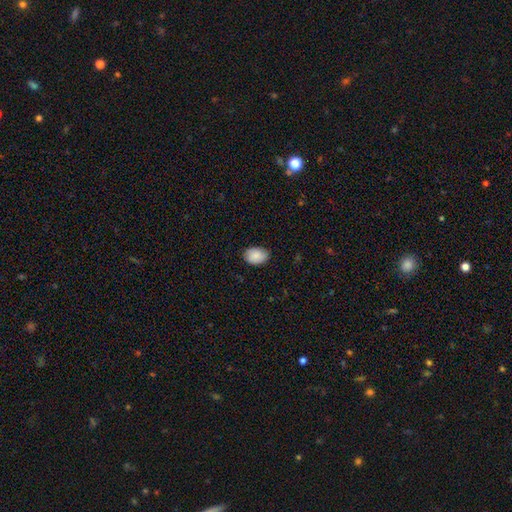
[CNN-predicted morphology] Smooth or featured? smooth (89%)
How rounded? in between (81%)
Merging? none (82%)